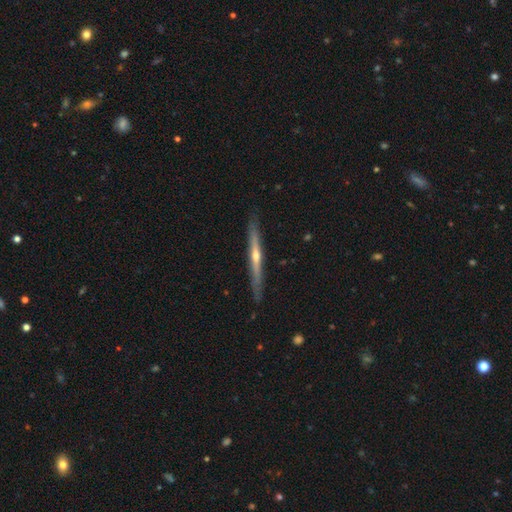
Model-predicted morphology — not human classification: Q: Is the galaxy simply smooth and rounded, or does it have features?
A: featured or disk — 75%.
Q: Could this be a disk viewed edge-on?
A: yes — 97%.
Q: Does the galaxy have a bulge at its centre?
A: rounded — 77%.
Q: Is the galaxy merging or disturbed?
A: none — 88%.